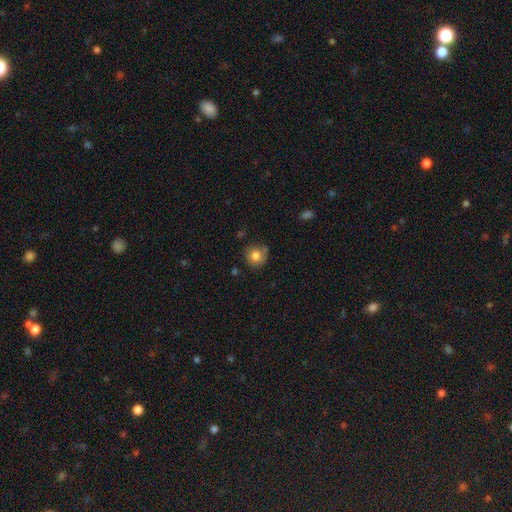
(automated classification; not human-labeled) A smooth galaxy with no disk features (78%) that is round (86%).

Vote fractions:
- Smooth or featured? smooth: 78% / featured or disk: 13% / star or artifact: 9%
- How rounded? round: 86% / in between: 13% / cigar-shaped: 1%
- Merging? none: 67% / minor disturbance: 22% / major disturbance: 7% / merger: 4%